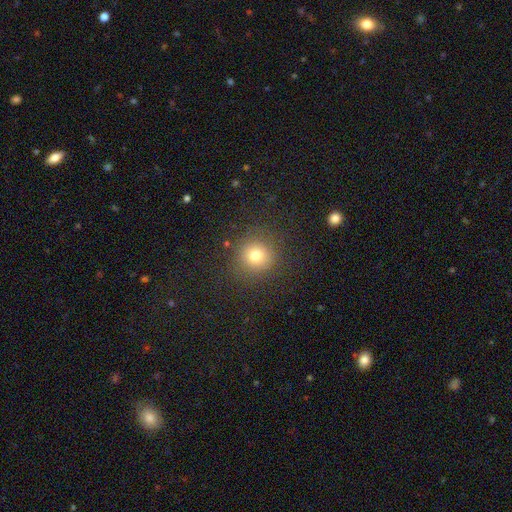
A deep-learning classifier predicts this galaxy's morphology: Smooth or featured? Predicted: smooth (p=0.76). How rounded? Predicted: round (p=0.92). Merging? Predicted: none (p=0.87).